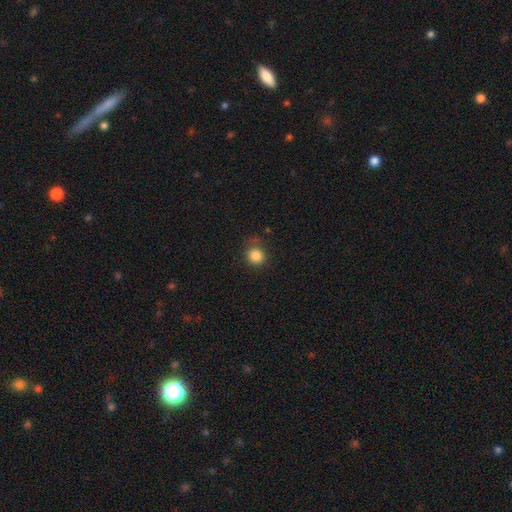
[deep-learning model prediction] Q: Smooth or featured?
A: smooth (84%); runner-up: star or artifact (11%)
Q: How rounded?
A: round (88%); runner-up: in between (11%)
Q: Merging?
A: none (71%); runner-up: minor disturbance (19%)